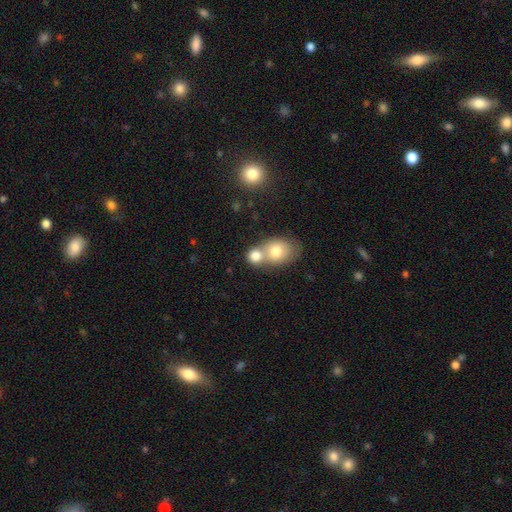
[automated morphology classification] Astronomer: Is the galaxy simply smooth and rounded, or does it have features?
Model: smooth — 77%.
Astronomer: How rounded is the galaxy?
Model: round — 67%.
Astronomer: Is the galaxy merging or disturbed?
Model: merger — 61%.